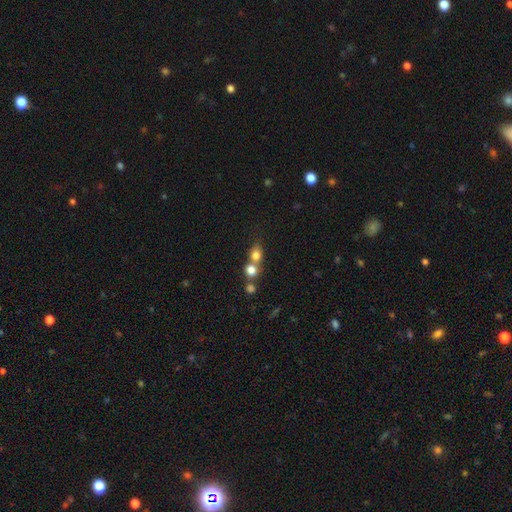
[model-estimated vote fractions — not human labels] The model was most divided on "merging": merger: 53%, none: 35%, minor disturbance: 8%, major disturbance: 4%. More confident: smooth or featured — smooth (76%); how rounded — round (62%).